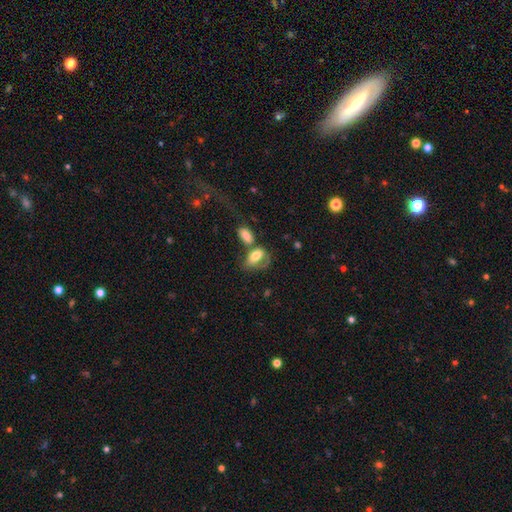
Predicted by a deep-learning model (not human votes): This appears to be a smooth galaxy with no disk features (70%) that is in between round and cigar-shaped (89%). Merging: merger (41%).